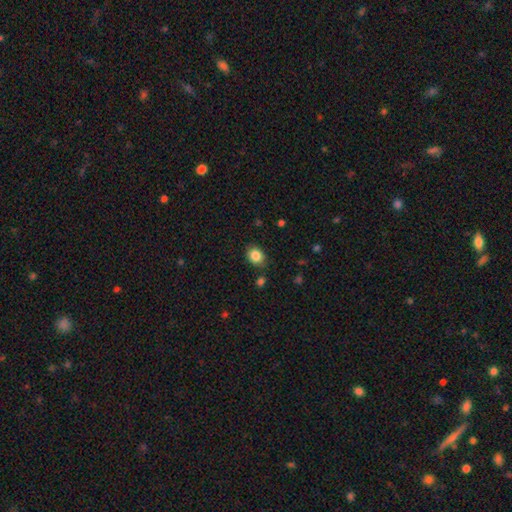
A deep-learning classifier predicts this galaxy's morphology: Smooth or featured? smooth (85%)
How rounded? in between (50%)
Merging? none (82%)